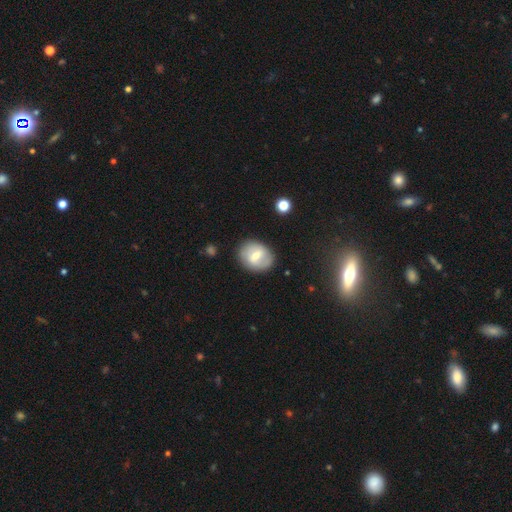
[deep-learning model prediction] smooth-or-featured: smooth: 48% | featured or disk: 44% | star or artifact: 7%
  merging: none: 81% | minor disturbance: 13% | major disturbance: 4% | merger: 2%